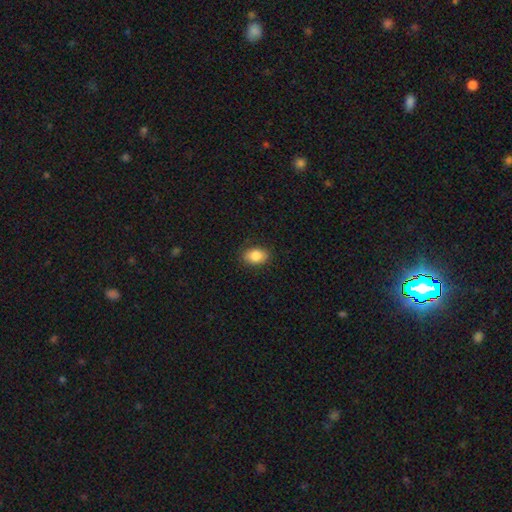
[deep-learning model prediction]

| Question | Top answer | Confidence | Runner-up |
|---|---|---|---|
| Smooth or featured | smooth | 86% | star or artifact (8%) |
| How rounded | in between | 83% | round (15%) |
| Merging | none | 86% | minor disturbance (10%) |